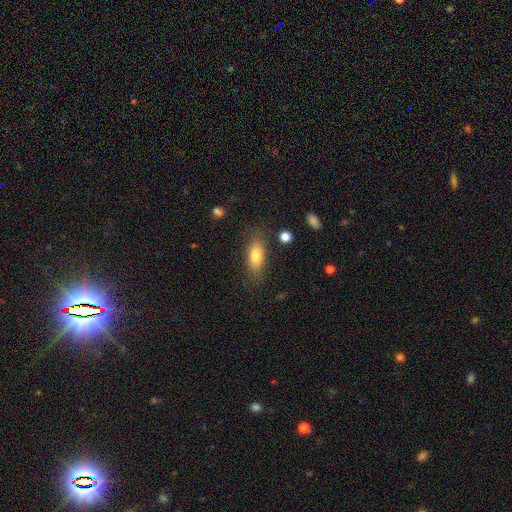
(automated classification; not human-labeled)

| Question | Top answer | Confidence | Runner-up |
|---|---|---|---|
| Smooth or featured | smooth | 77% | featured or disk (16%) |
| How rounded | in between | 75% | cigar-shaped (21%) |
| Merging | none | 78% | minor disturbance (15%) |